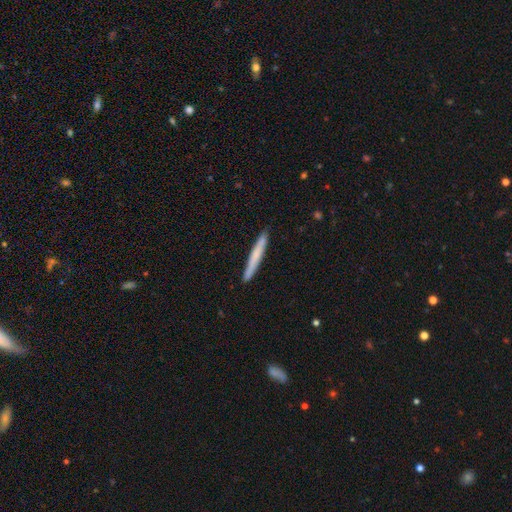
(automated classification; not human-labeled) smooth 66%, featured or disk 28%, star or artifact 6%. Down the decision tree: how rounded — cigar-shaped (97%); merging — none (91%).